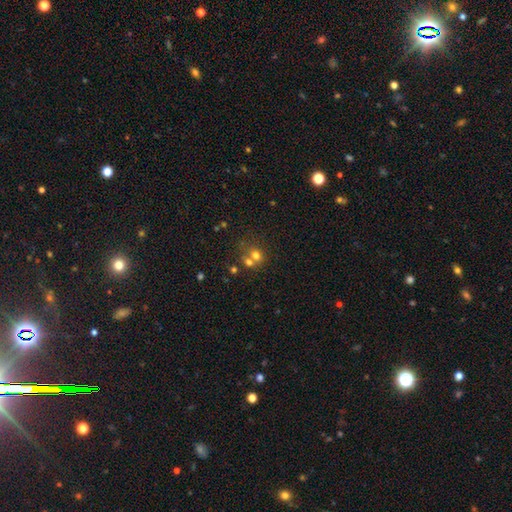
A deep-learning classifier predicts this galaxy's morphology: smooth 66%, star or artifact 18%, featured or disk 16%. Down the decision tree: how rounded — round (70%); merging — merger (48%).